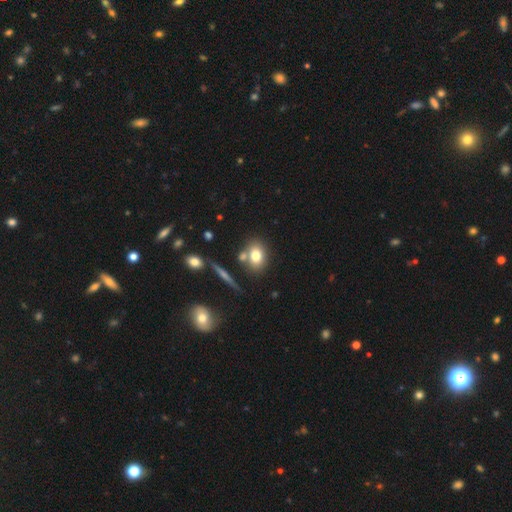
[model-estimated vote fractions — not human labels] smooth_or_featured: smooth (p=0.75) [alt: featured or disk p=0.15]
how_rounded: in between (p=0.65) [alt: round p=0.32]
merging: none (p=0.64) [alt: merger p=0.20]